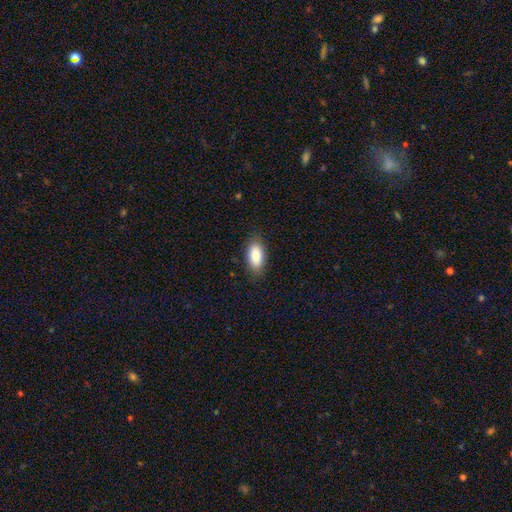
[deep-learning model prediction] smooth 87%, star or artifact 6%, featured or disk 6%. Down the decision tree: how rounded — in between (91%); merging — none (85%).